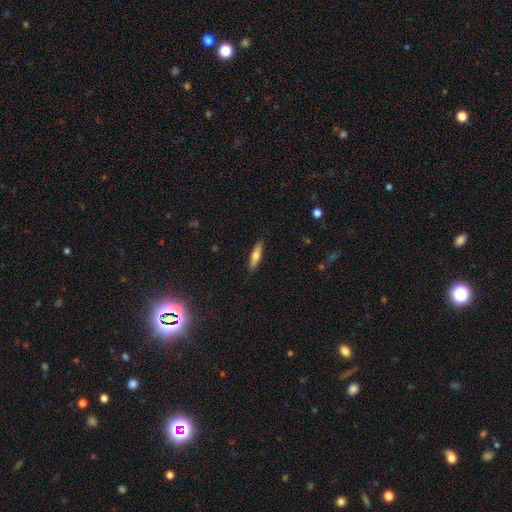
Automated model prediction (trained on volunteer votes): smooth-or-featured: smooth: 69% | featured or disk: 25% | star or artifact: 6%
  how-rounded: cigar-shaped: 71% | in between: 27% | round: 2%
  merging: none: 89% | minor disturbance: 9% | major disturbance: 2% | merger: 1%